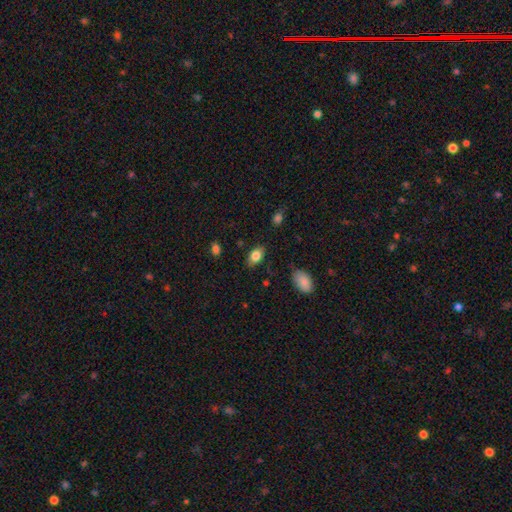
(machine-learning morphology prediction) Smooth or featured: smooth — 82% (featured or disk — 10%)
How rounded: in between — 89% (round — 9%)
Merging: none — 83% (minor disturbance — 12%)